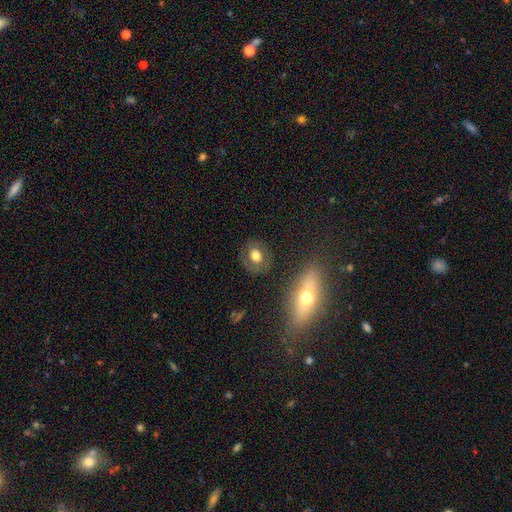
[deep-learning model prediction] Overall: smooth (61%; featured or disk 29%). How rounded: round (64%; in between 35%). Merging: none (80%).